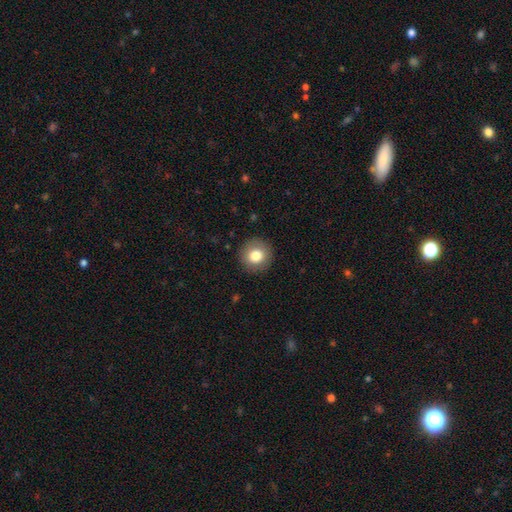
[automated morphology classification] smooth_or_featured: smooth (p=0.80) [alt: featured or disk p=0.11]
how_rounded: round (p=0.94) [alt: in between p=0.06]
merging: none (p=0.90) [alt: minor disturbance p=0.06]